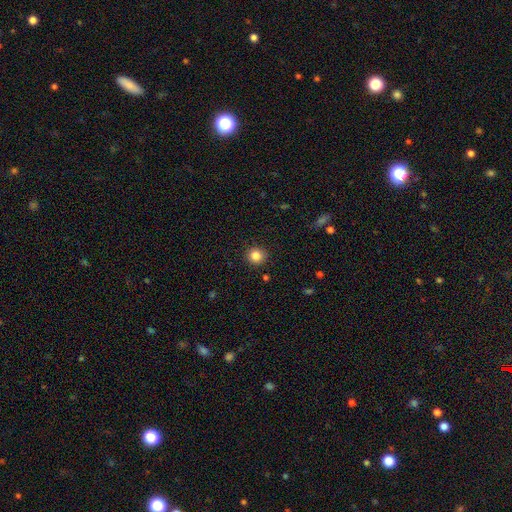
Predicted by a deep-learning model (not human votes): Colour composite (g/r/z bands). It shows a smooth galaxy with no disk features (85%) that is round (93%). Merging: none (92%).